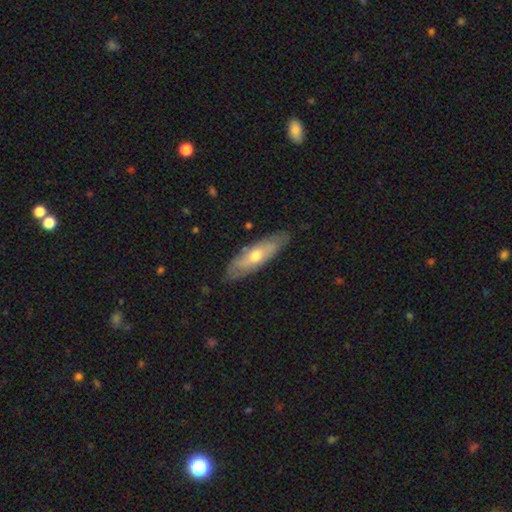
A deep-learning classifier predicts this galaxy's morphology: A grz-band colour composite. It shows a featured or disk galaxy (48%). Merging: none (79%).